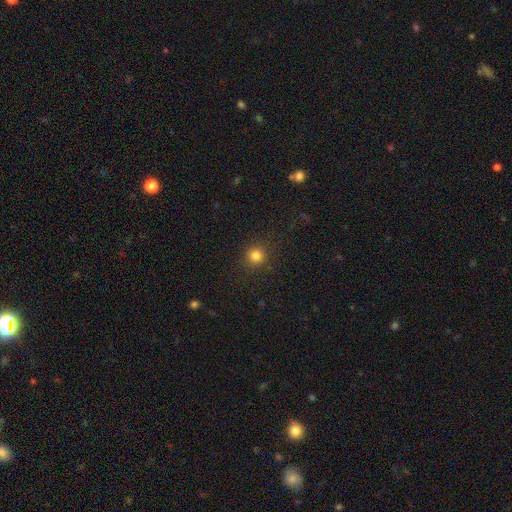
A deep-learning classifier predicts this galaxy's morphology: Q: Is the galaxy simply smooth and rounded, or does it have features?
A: smooth — 81%.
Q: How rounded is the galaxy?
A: round — 93%.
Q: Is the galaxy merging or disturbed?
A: none — 90%.